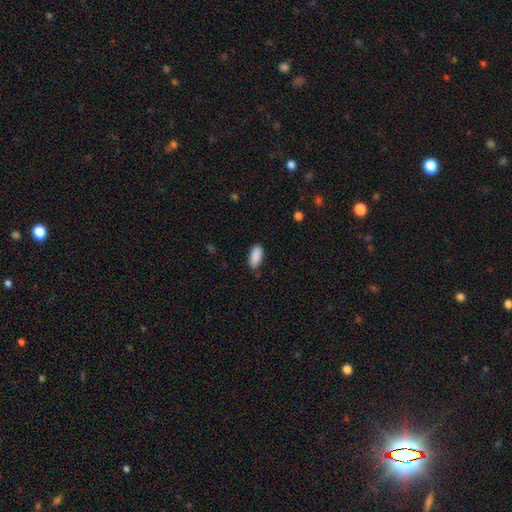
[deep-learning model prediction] Smooth or featured? Predicted: smooth (p=0.90). How rounded? Predicted: in between (p=0.89). Merging? Predicted: none (p=0.84).